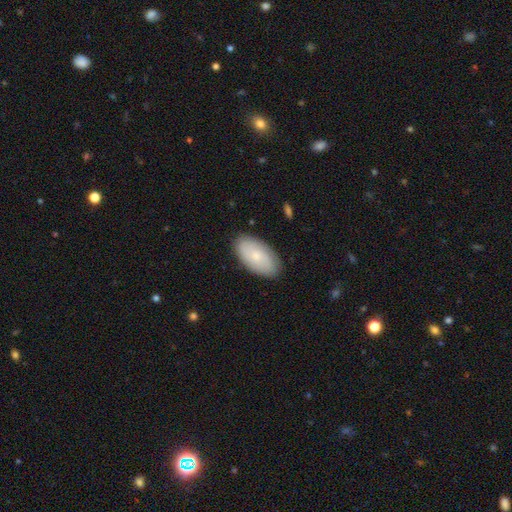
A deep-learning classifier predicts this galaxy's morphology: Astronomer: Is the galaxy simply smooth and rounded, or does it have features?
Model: smooth — 65%.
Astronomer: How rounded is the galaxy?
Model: in between — 95%.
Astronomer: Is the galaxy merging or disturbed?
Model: none — 85%.